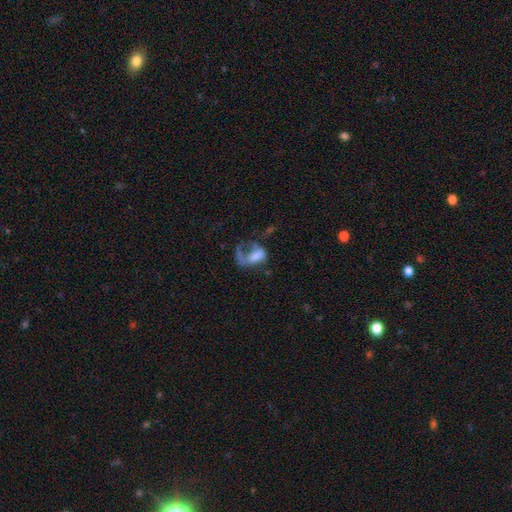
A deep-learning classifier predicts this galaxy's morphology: This appears to be a featured or disk galaxy (51%). Merging: major disturbance (59%).